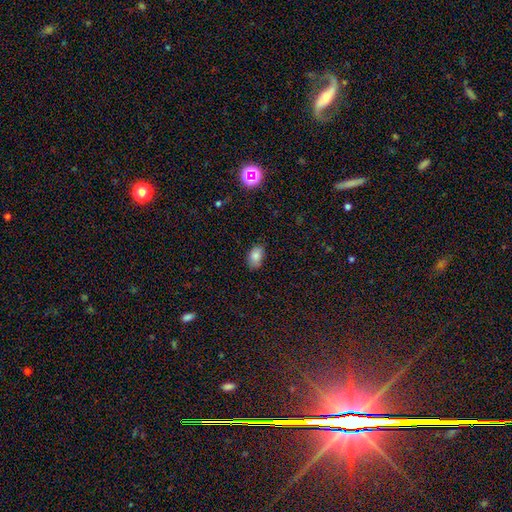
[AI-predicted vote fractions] Morphology: type=smooth (83%); roundness=in between (90%); merging=none (79%).